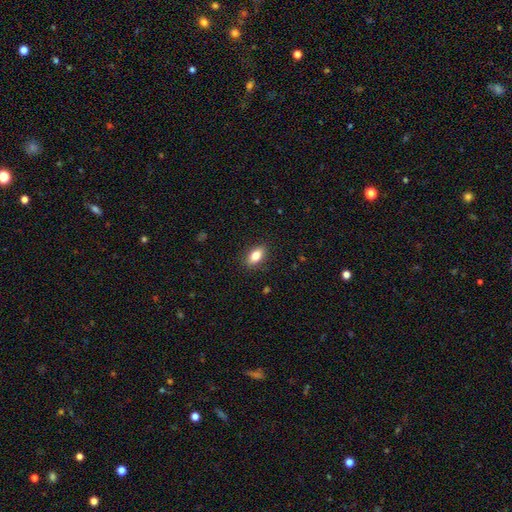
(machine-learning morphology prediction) Overall: smooth (80%). How rounded: in between (85%). Merging: none (88%).